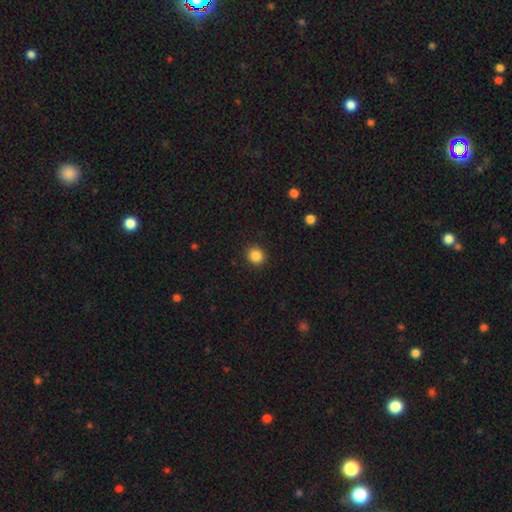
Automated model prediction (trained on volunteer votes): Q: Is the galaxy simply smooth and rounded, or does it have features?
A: smooth — 87%.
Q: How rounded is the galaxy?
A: round — 84%.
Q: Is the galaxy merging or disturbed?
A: none — 91%.